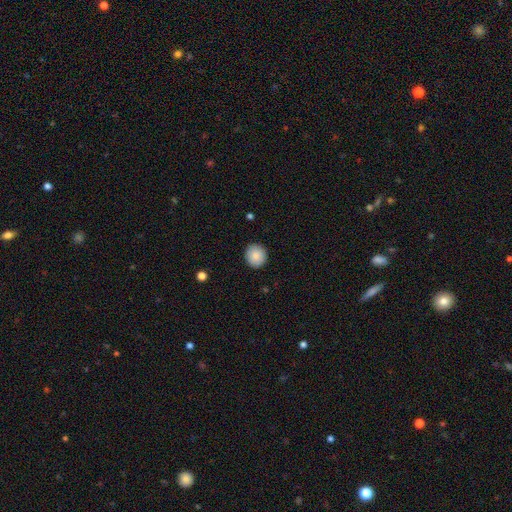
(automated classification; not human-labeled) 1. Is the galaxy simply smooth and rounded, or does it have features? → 86% smooth, 8% star or artifact, 6% featured or disk.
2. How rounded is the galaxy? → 89% round, 10% in between, 1% cigar-shaped.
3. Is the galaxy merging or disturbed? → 91% none, 6% minor disturbance, 2% major disturbance, 1% merger.